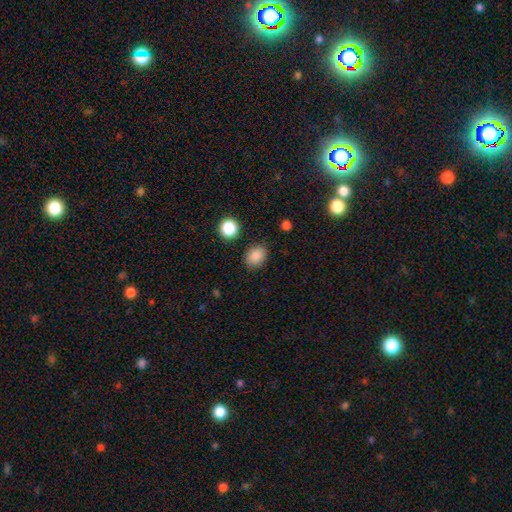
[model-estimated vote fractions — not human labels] Smooth or featured?
  - smooth: 86% *
  - star or artifact: 10%
  - featured or disk: 4%
How rounded?
  - in between: 52% *
  - round: 47%
  - cigar-shaped: 1%
Merging?
  - none: 84% *
  - minor disturbance: 10%
  - major disturbance: 3%
  - merger: 2%